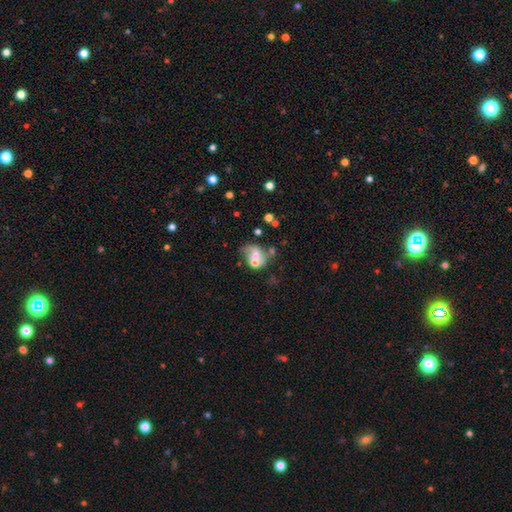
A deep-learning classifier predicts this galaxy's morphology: A featured or disk galaxy (47%).

Vote fractions:
- Smooth or featured? featured or disk: 47% / smooth: 42% / star or artifact: 10%
- Merging? merger: 41% / none: 24% / major disturbance: 20% / minor disturbance: 15%